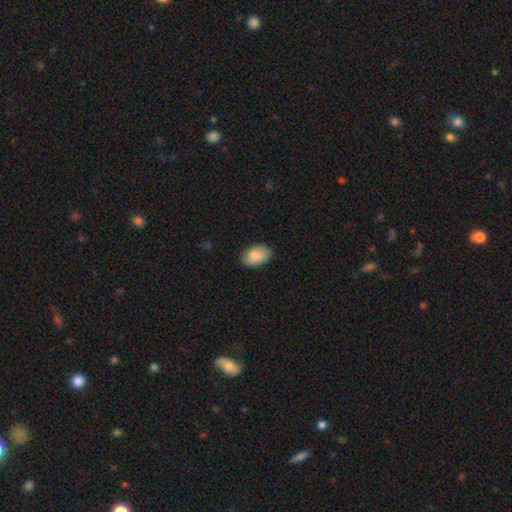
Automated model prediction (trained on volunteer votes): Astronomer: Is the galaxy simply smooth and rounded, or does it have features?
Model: smooth — 87%.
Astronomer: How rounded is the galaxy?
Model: in between — 90%.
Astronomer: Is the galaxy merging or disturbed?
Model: none — 84%.